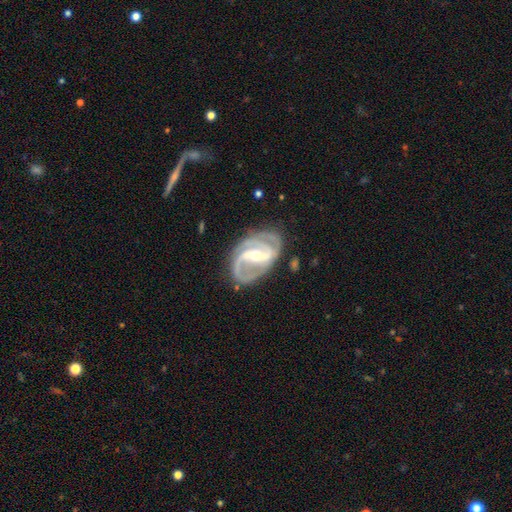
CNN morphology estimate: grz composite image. It shows a featured or disk galaxy (91%) with a strong bar (53%), 2 (68%) medium (50%) spiral arms (97%) and a moderate central bulge (49%). Merging: none (74%).